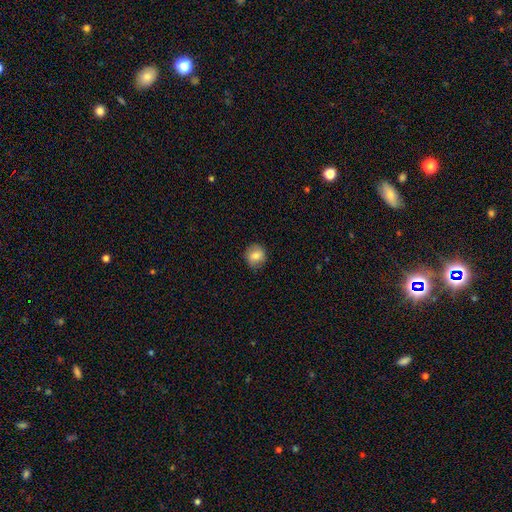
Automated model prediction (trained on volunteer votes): Overall: smooth (81%). How rounded: round (87%). Merging: none (87%).